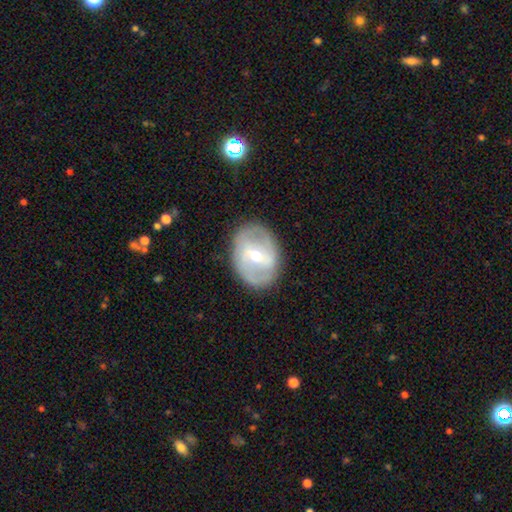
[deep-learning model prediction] This is likely a featured or disk galaxy (76%). It is clearly not viewed edge-on (95%). Bar: possibly weak (46%). Spiral arm pattern: likely yes (79%). Spiral arm count: likely 2 (73%). Spiral winding: marginally medium (44%). Central bulge: possibly moderate (52%). Merging: clearly none (81%).